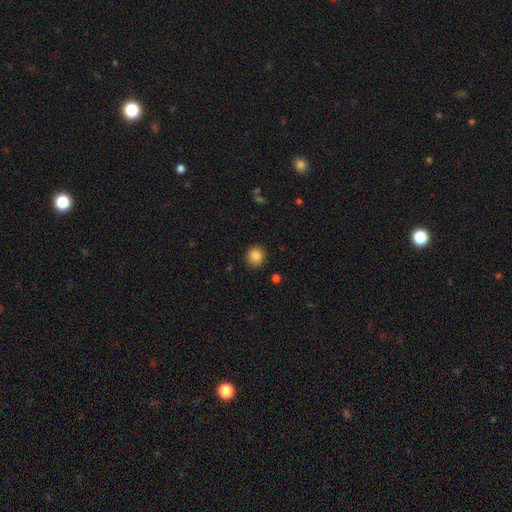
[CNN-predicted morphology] Smooth or featured?
  - smooth: 85% *
  - star or artifact: 10%
  - featured or disk: 5%
How rounded?
  - round: 89% *
  - in between: 10%
  - cigar-shaped: 1%
Merging?
  - none: 91% *
  - minor disturbance: 6%
  - major disturbance: 2%
  - merger: 1%